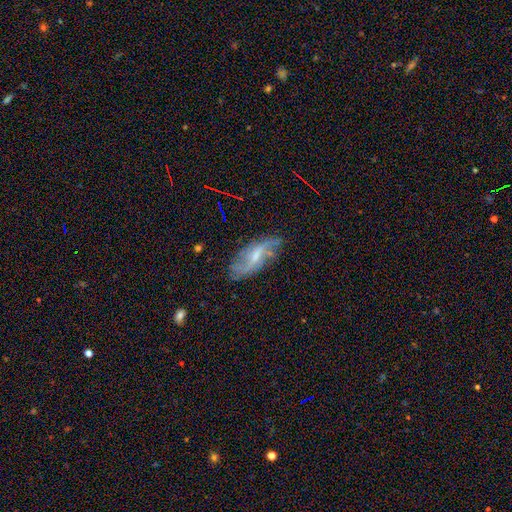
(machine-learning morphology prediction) Q: Smooth or featured?
A: featured or disk (70%); runner-up: smooth (21%)
Q: Edge-on disk?
A: no (86%); runner-up: yes (14%)
Q: Bar?
A: weak (53%); runner-up: no (30%)
Q: Spiral arms?
A: yes (87%); runner-up: no (13%)
Q: Spiral winding?
A: loose (61%); runner-up: medium (27%)
Q: Spiral arm count?
A: 2 (59%); runner-up: can't tell (23%)
Q: Bulge size?
A: small (45%); runner-up: moderate (38%)
Q: Merging?
A: none (70%); runner-up: minor disturbance (20%)